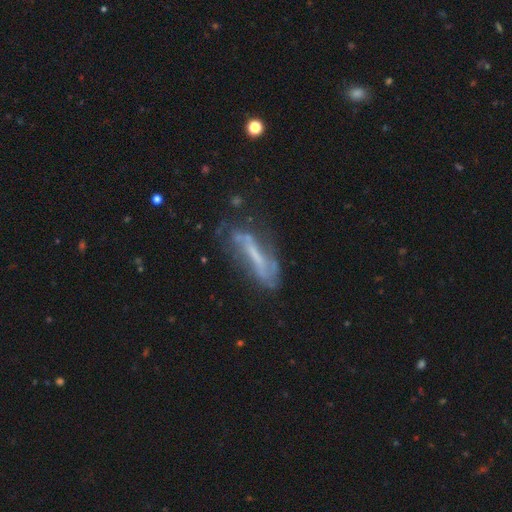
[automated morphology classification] A featured or disk galaxy (63%).

Vote fractions:
- Smooth or featured? featured or disk: 63% / smooth: 27% / star or artifact: 10%
- Edge-on disk? no: 63% / yes: 37%
- Merging? none: 50% / minor disturbance: 26% / major disturbance: 19% / merger: 5%